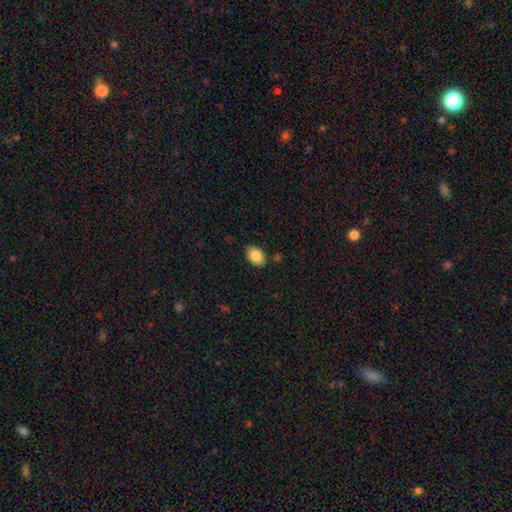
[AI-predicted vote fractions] This is clearly a smooth galaxy (88%). How rounded: clearly in between (86%). Merging: clearly none (83%).